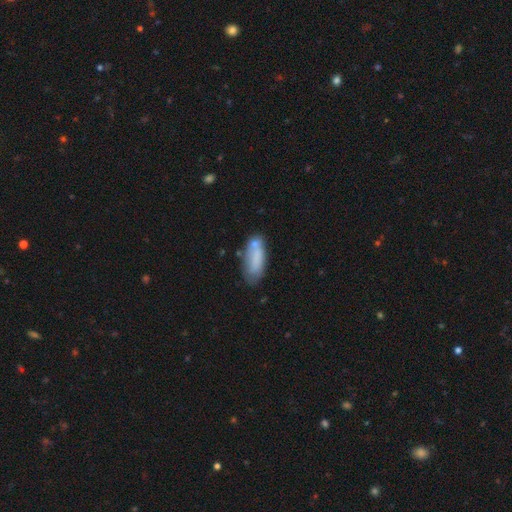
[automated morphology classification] This is likely a smooth galaxy (73%). How rounded: likely in between (66%). Merging: possibly none (55%).